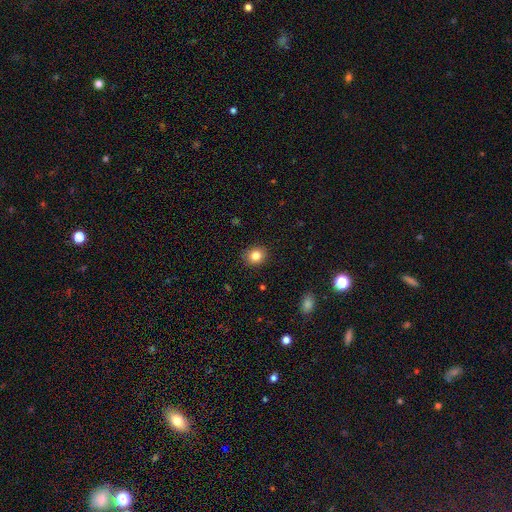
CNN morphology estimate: The model was most divided on "how rounded": round: 70%, in between: 29%, cigar-shaped: 1%. More confident: merging — none (88%); smooth or featured — smooth (84%).